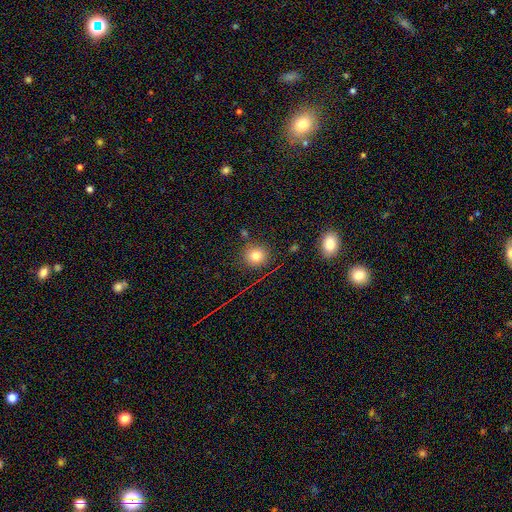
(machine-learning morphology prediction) type=smooth (78%); roundness=round (88%); merging=none (83%).